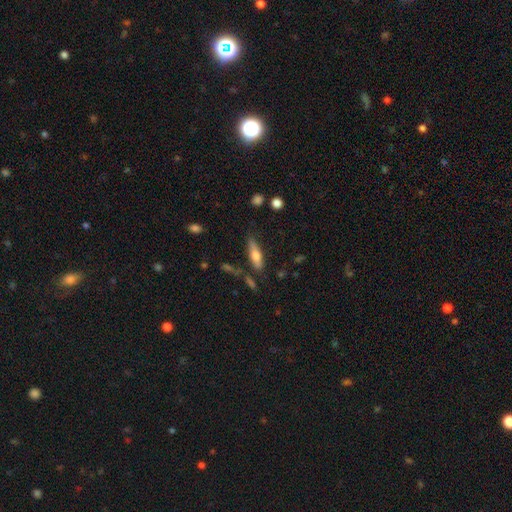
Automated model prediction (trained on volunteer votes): Smooth or featured?
  - smooth: 60% *
  - featured or disk: 33%
  - star or artifact: 7%
How rounded?
  - cigar-shaped: 52% *
  - in between: 46%
  - round: 2%
Merging?
  - none: 65% *
  - minor disturbance: 21%
  - major disturbance: 7%
  - merger: 7%